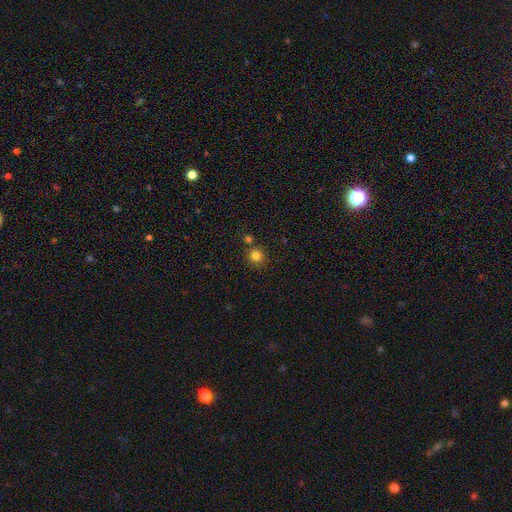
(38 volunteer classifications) A smooth galaxy with no disk features (95%) that is round (92%). Merging: none (75%).